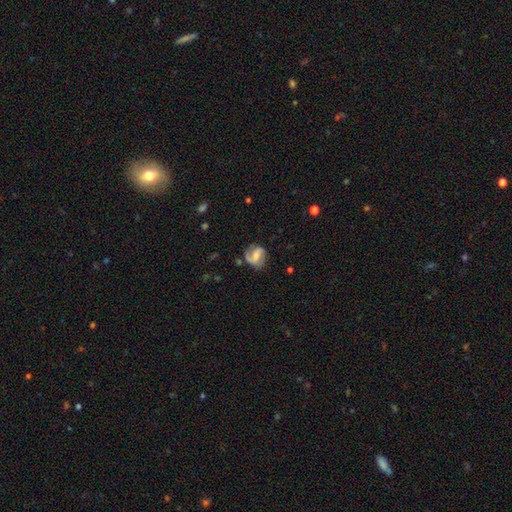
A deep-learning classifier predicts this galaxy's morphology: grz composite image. It shows a featured or disk galaxy (72%) with a weak bar (45%), 2 (77%) medium (45%) spiral arms (92%) and a small central bulge (38%). Merging: none (65%).